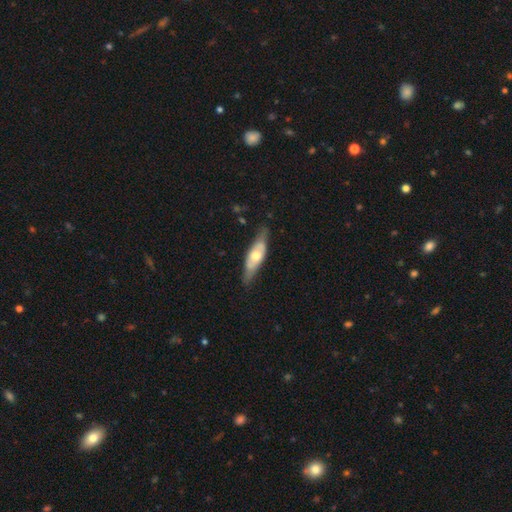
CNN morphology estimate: featured or disk 55%, smooth 40%, star or artifact 5%. Down the decision tree: edge-on disk — yes (52%); merging — none (72%).